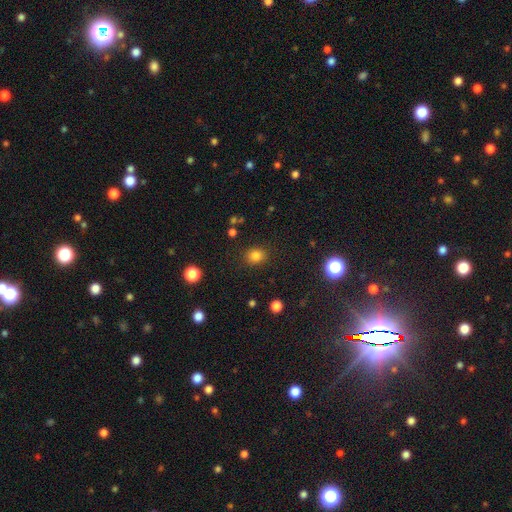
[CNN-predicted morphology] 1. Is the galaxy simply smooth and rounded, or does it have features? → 82% smooth, 13% star or artifact, 5% featured or disk.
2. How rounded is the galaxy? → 66% round, 33% in between, 1% cigar-shaped.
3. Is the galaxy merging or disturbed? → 87% none, 9% minor disturbance, 3% major disturbance, 2% merger.